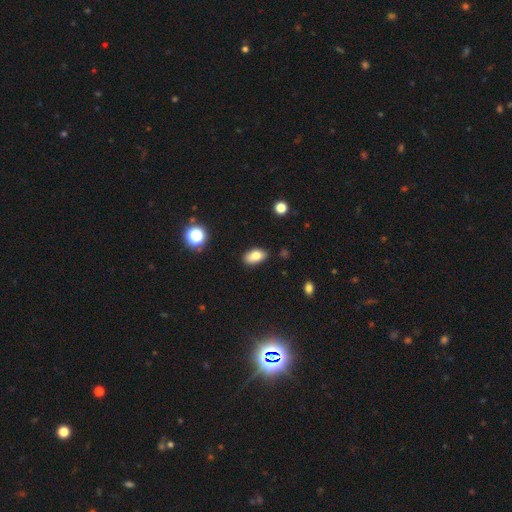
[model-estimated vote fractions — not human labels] Morphology: type=smooth (80%); roundness=in between (91%); merging=none (84%).